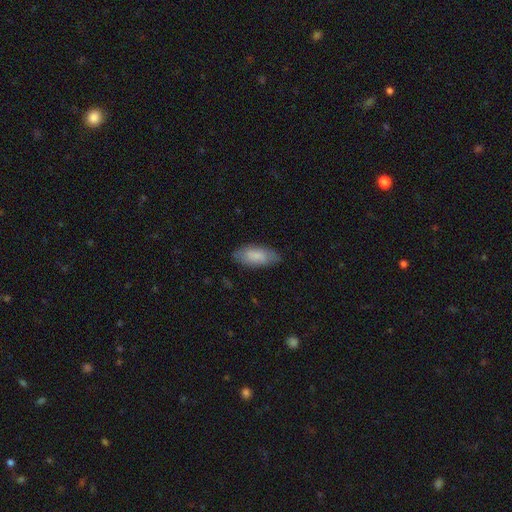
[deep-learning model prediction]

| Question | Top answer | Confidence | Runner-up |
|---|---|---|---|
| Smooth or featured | smooth | 81% | featured or disk (13%) |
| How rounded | in between | 85% | cigar-shaped (13%) |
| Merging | none | 79% | minor disturbance (16%) |